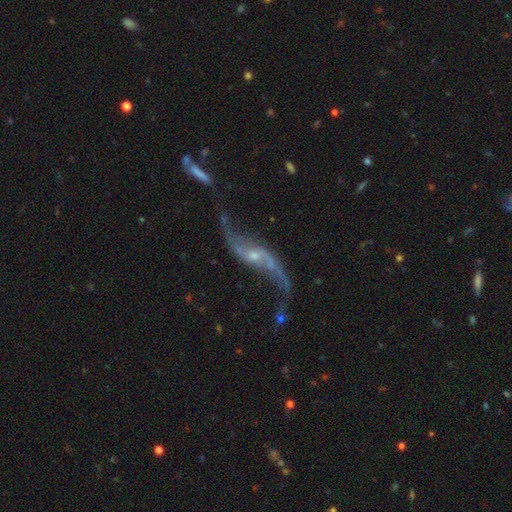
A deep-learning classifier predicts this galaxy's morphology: This appears to be a featured or disk galaxy (89%) with no bar (48%), 2 (93%) loose (92%) spiral arms (95%) and a small central bulge (69%). Merging: none (57%).